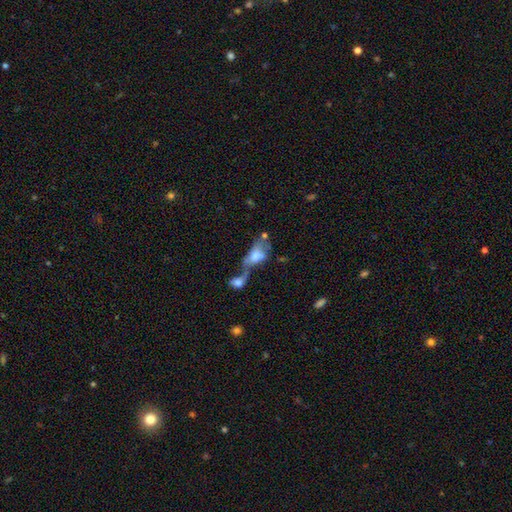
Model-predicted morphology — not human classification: Q: Smooth or featured?
A: smooth (53%); runner-up: featured or disk (38%)
Q: How rounded?
A: in between (85%); runner-up: round (9%)
Q: Merging?
A: merger (64%); runner-up: major disturbance (15%)